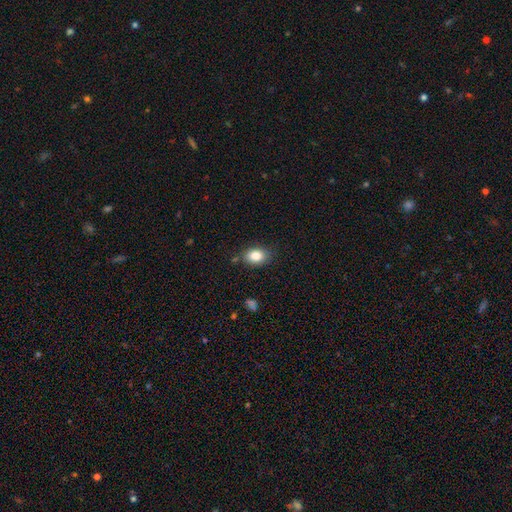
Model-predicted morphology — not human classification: type=smooth (84%); roundness=in between (77%); merging=none (79%).